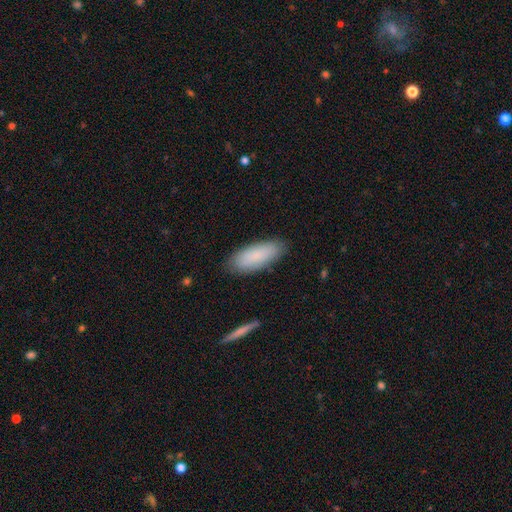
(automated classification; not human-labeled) Smooth or featured? Predicted: smooth (p=0.85). How rounded? Predicted: in between (p=0.74). Merging? Predicted: none (p=0.85).